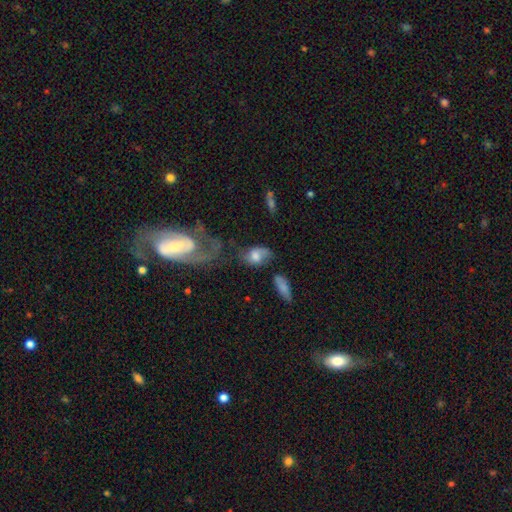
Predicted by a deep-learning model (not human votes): Morphology: type=smooth (46%); merging=none (37%).